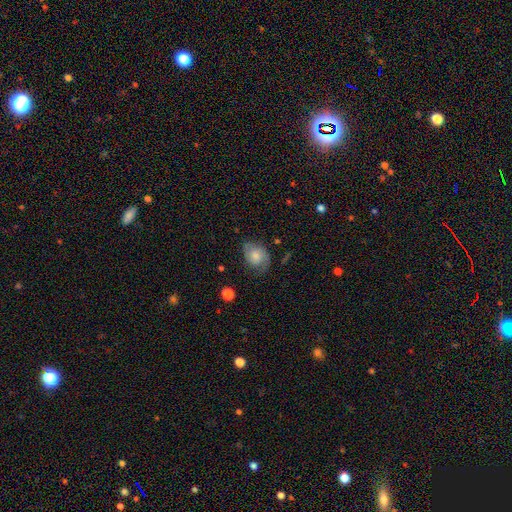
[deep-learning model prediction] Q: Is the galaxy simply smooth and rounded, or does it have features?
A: smooth — 54%.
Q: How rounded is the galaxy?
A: in between — 65%.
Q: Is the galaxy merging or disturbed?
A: none — 63%.